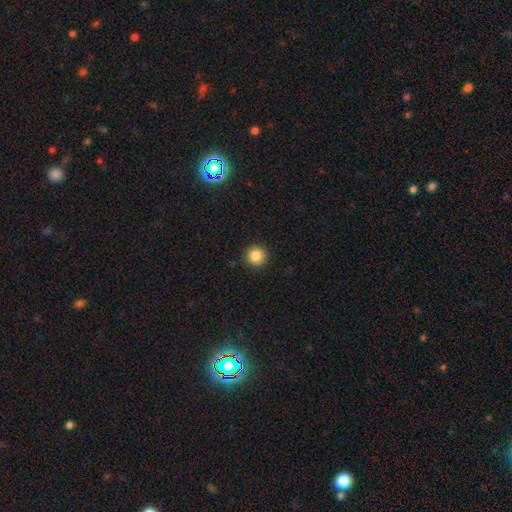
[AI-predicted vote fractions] smooth 86%, star or artifact 10%, featured or disk 4%. Down the decision tree: how rounded — round (95%); merging — none (93%).